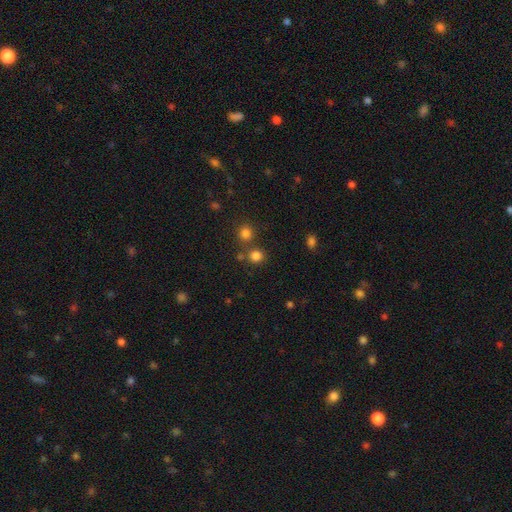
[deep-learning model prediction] The model was most divided on "merging": none: 74%, merger: 16%, minor disturbance: 7%, major disturbance: 3%. More confident: how rounded — round (89%); smooth or featured — smooth (79%).